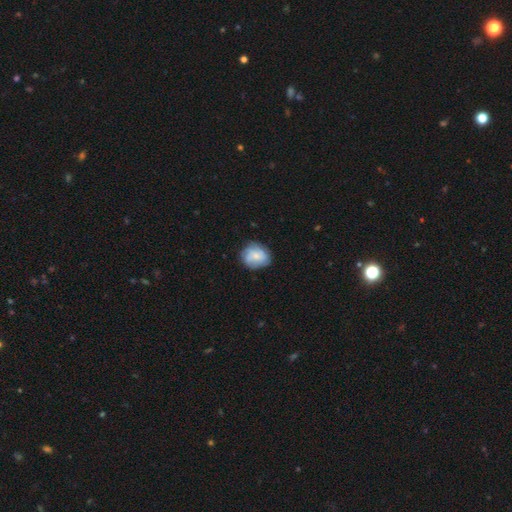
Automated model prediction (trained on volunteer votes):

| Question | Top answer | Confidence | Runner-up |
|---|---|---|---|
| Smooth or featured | smooth | 52% | featured or disk (40%) |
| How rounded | round | 65% | in between (34%) |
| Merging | none | 71% | minor disturbance (21%) |